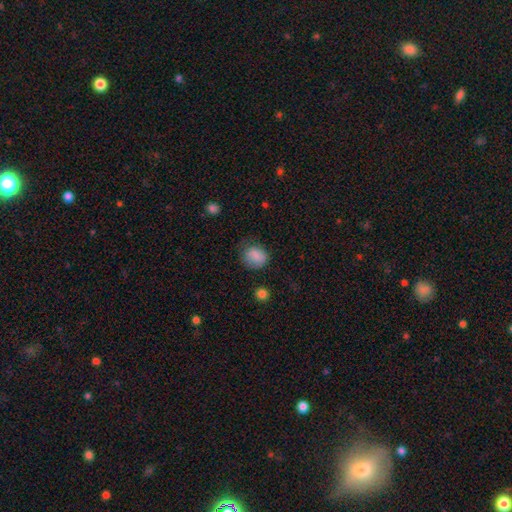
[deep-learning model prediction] Smooth or featured?
  - smooth: 85% *
  - star or artifact: 9%
  - featured or disk: 6%
How rounded?
  - round: 64% *
  - in between: 35%
  - cigar-shaped: 1%
Merging?
  - none: 64% *
  - minor disturbance: 26%
  - major disturbance: 9%
  - merger: 2%